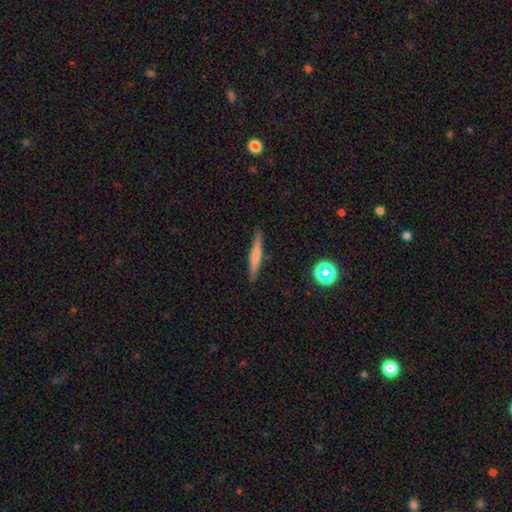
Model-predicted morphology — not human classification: The model was most divided on "smooth or featured": smooth: 61%, featured or disk: 31%, star or artifact: 7%. More confident: how rounded — cigar-shaped (94%); merging — none (89%).